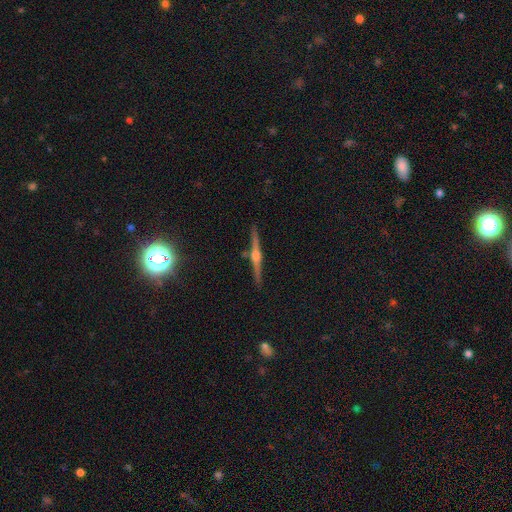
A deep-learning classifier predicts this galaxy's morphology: This appears to be a featured or disk galaxy (83%) viewed edge-on (98%) with a rounded central bulge (92%). Merging: none (90%).